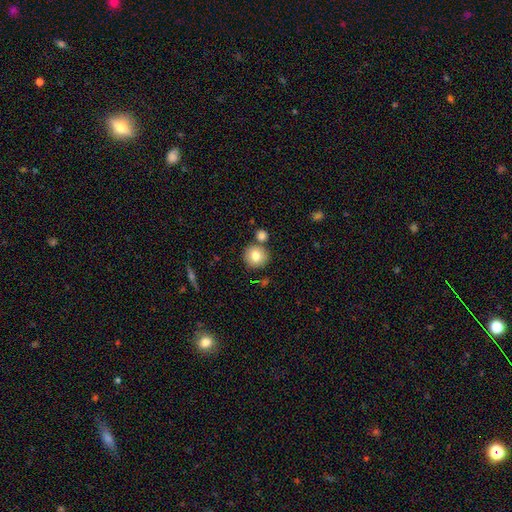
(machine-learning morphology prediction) A smooth galaxy with no disk features (79%) that is round (92%). Merging: none (77%).